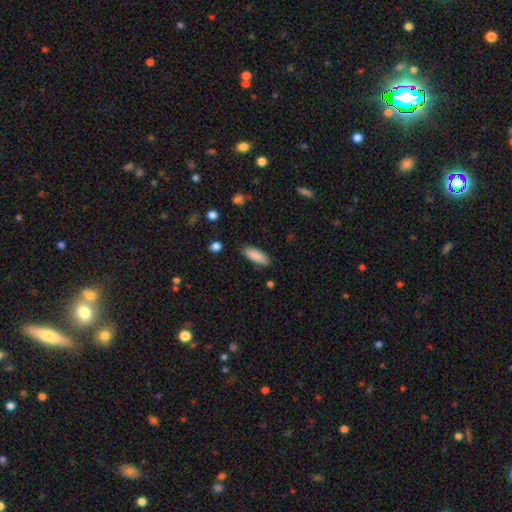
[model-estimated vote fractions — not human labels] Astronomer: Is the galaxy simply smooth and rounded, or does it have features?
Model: smooth — 88%.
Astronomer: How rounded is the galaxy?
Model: in between — 66%.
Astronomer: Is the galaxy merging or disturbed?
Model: none — 85%.